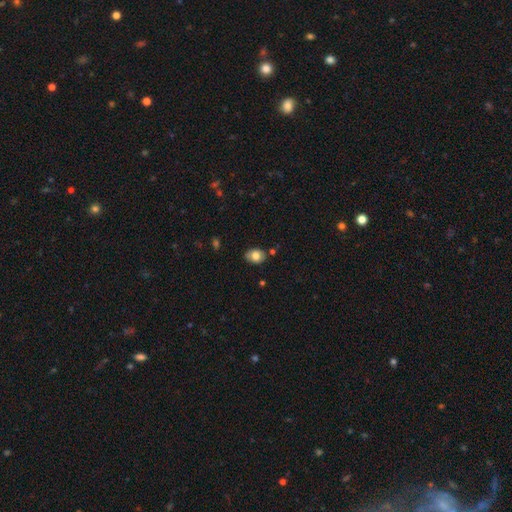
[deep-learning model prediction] A smooth galaxy with no disk features (78%) that is in between round and cigar-shaped (70%). Merging: none (79%).